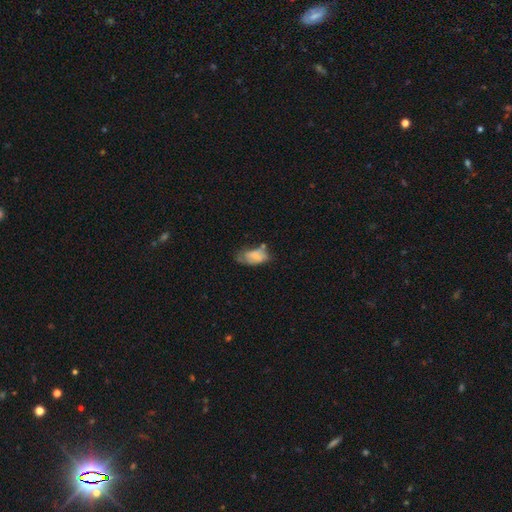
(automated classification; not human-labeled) A smooth galaxy with no disk features (67%) that is in between round and cigar-shaped (92%).

Vote fractions:
- Smooth or featured? smooth: 67% / featured or disk: 24% / star or artifact: 9%
- How rounded? in between: 92% / round: 5% / cigar-shaped: 4%
- Merging? minor disturbance: 37% / none: 34% / major disturbance: 21% / merger: 9%